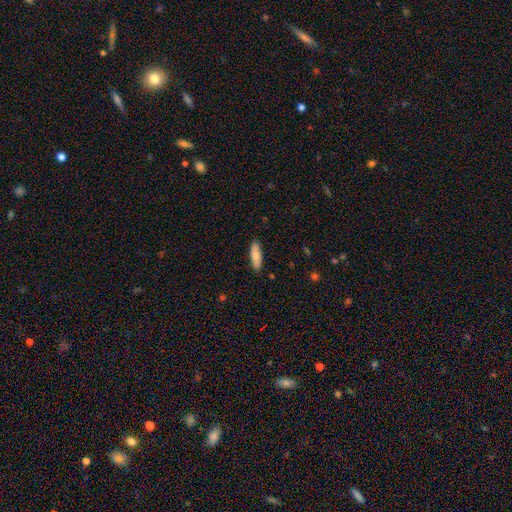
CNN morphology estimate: This appears to be a smooth galaxy with no disk features (77%) that is cigar-shaped (51%). Merging: none (88%).